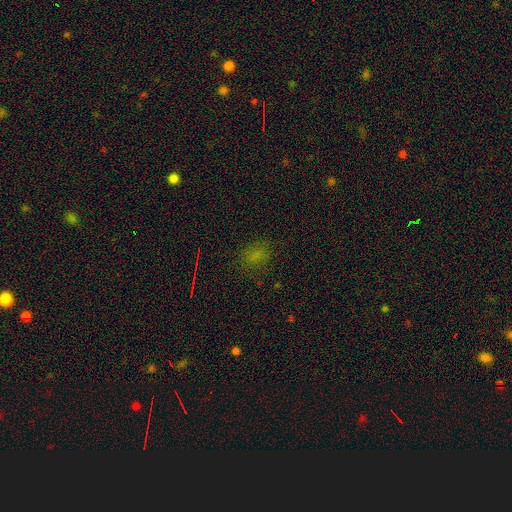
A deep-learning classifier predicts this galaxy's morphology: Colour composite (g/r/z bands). It shows a smooth galaxy with no disk features (65%) that is in between round and cigar-shaped (59%). Merging: none (77%).